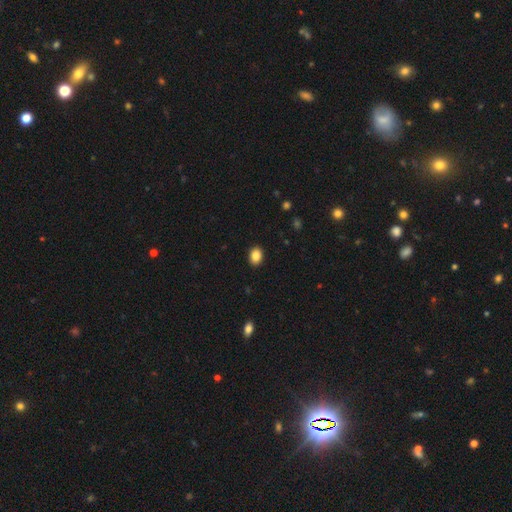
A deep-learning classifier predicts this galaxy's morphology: Smooth or featured? Predicted: smooth (p=0.88). How rounded? Predicted: in between (p=0.70). Merging? Predicted: none (p=0.91).